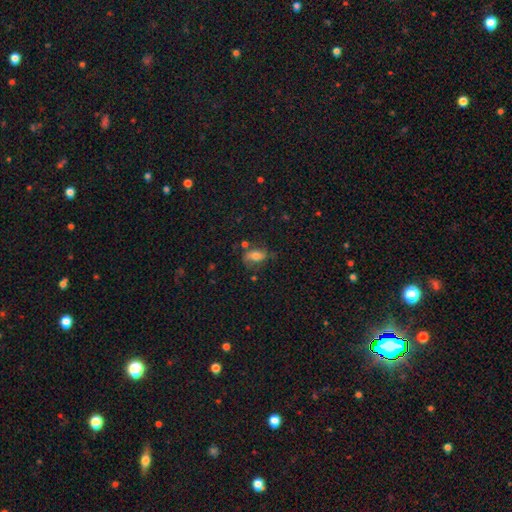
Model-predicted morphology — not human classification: Q: Smooth or featured?
A: smooth (51%); runner-up: featured or disk (37%)
Q: How rounded?
A: in between (80%); runner-up: round (17%)
Q: Merging?
A: none (56%); runner-up: minor disturbance (25%)